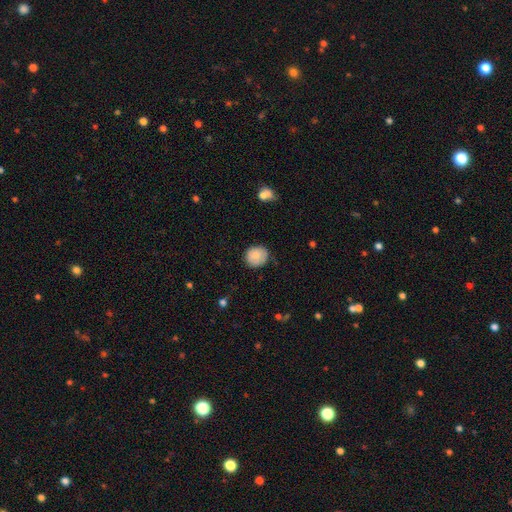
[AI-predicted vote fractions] A smooth galaxy with no disk features (83%) that is round (79%). Merging: none (75%).